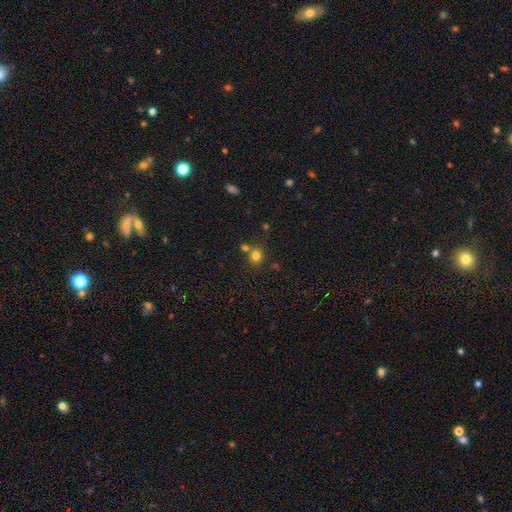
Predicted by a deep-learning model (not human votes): Q: Smooth or featured?
A: smooth (78%); runner-up: star or artifact (15%)
Q: How rounded?
A: round (76%); runner-up: in between (23%)
Q: Merging?
A: none (65%); runner-up: merger (22%)